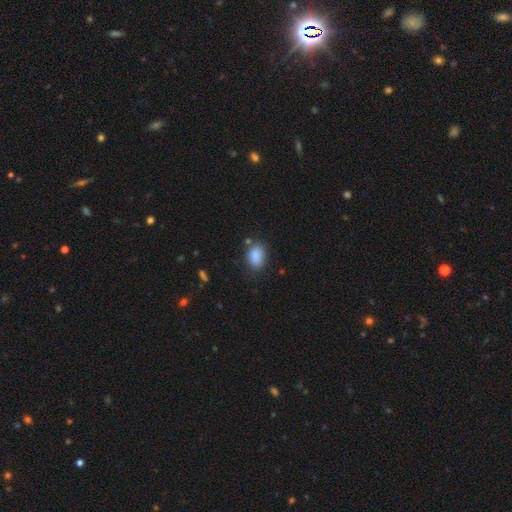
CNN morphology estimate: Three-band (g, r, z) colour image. It shows a smooth galaxy with no disk features (87%) that is in between round and cigar-shaped (82%). Merging: none (74%).